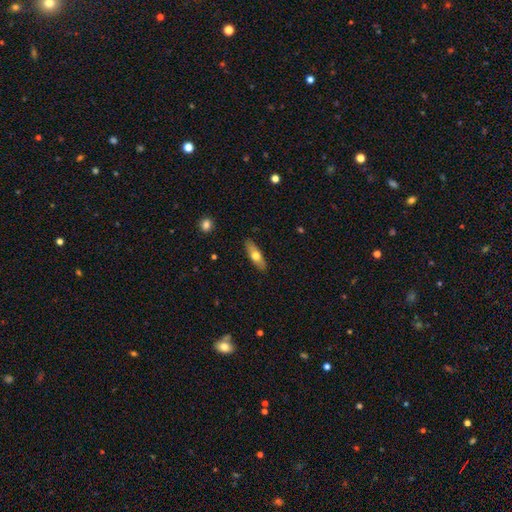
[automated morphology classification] This is likely a smooth galaxy (61%). How rounded: possibly in between (50%). Merging: clearly none (88%).